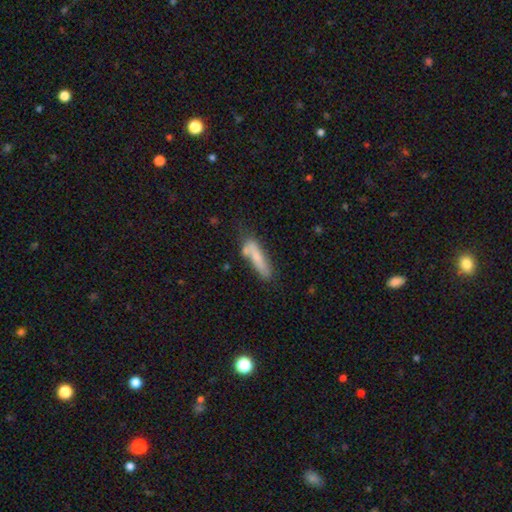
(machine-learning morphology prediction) Smooth or featured: smooth — 70% (featured or disk — 23%)
How rounded: cigar-shaped — 70% (in between — 28%)
Merging: none — 53% (minor disturbance — 24%)